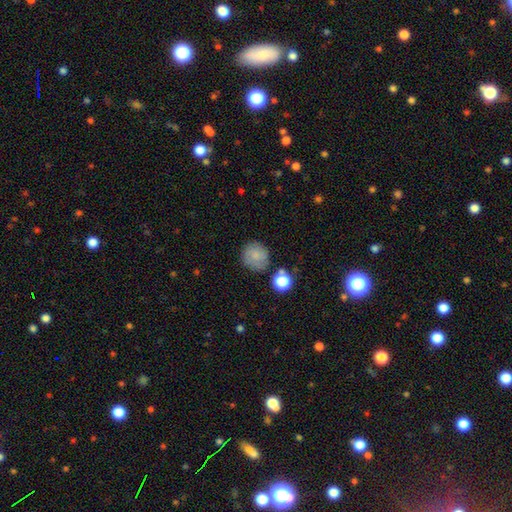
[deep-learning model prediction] This is likely a smooth galaxy (79%). How rounded: clearly round (91%). Merging: likely none (75%).